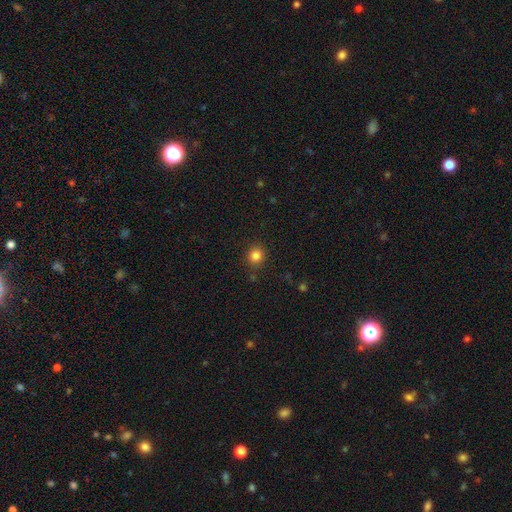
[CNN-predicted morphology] Smooth or featured?
  - smooth: 83% *
  - star or artifact: 12%
  - featured or disk: 4%
How rounded?
  - round: 86% *
  - in between: 13%
  - cigar-shaped: 1%
Merging?
  - none: 87% *
  - minor disturbance: 8%
  - major disturbance: 3%
  - merger: 2%